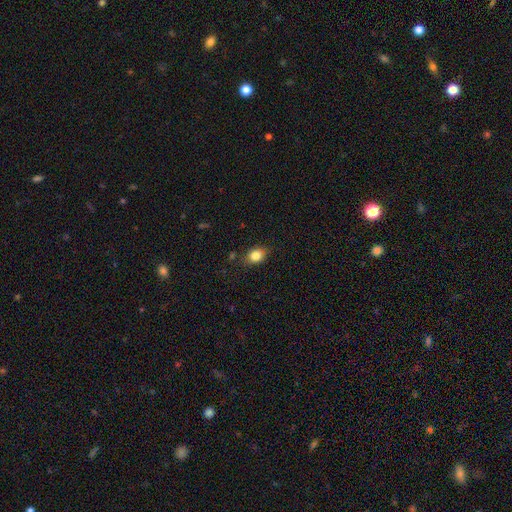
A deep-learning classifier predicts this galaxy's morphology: smooth_or_featured: smooth (p=0.83) [alt: star or artifact p=0.09]
how_rounded: in between (p=0.68) [alt: round p=0.30]
merging: none (p=0.81) [alt: minor disturbance p=0.14]